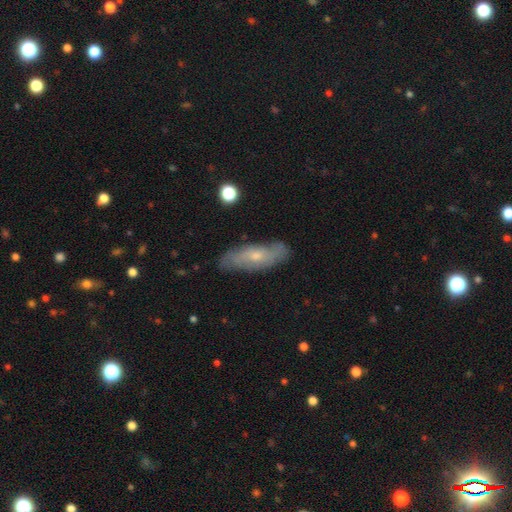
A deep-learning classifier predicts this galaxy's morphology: Smooth or featured: featured or disk — 51% (smooth — 42%)
Edge-on disk: no — 69% (yes — 31%)
Merging: none — 78% (minor disturbance — 17%)